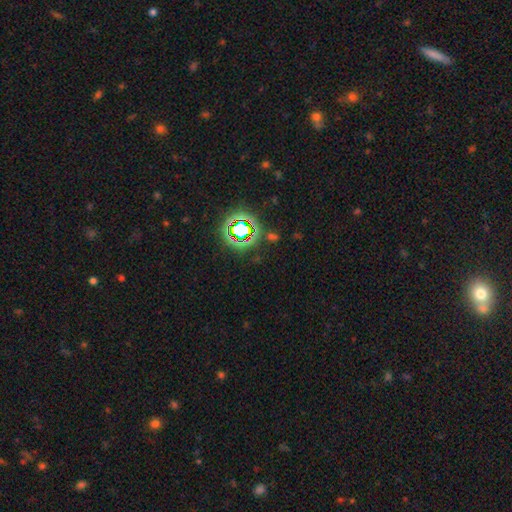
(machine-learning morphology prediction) A star or artifact, not a galaxy (75%).

Vote fractions:
- Smooth or featured? star or artifact: 75% / smooth: 15% / featured or disk: 10%